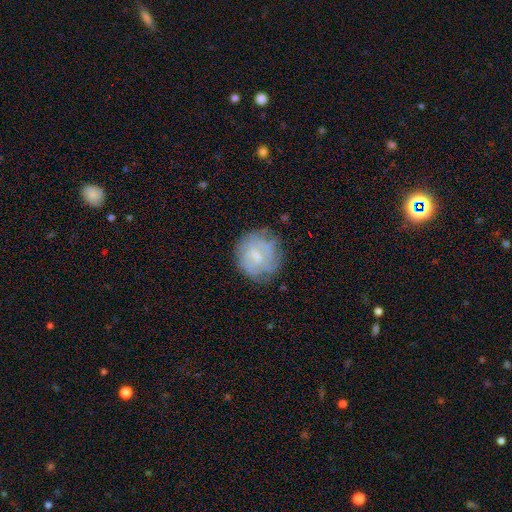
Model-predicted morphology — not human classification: Smooth or featured: featured or disk — 49% (smooth — 42%)
Merging: none — 70% (minor disturbance — 20%)